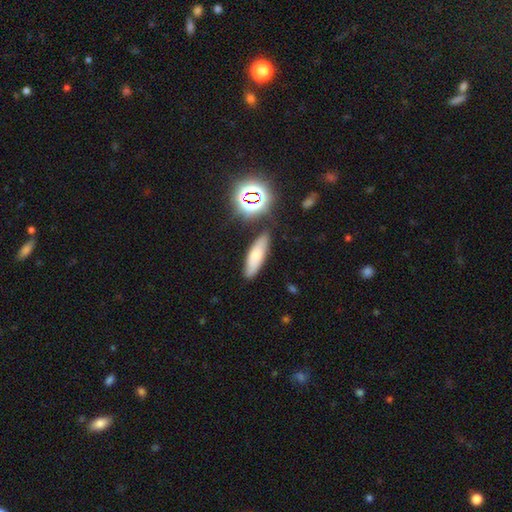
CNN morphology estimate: Smooth or featured? Predicted: smooth (p=0.64). How rounded? Predicted: cigar-shaped (p=0.49). Merging? Predicted: none (p=0.80).